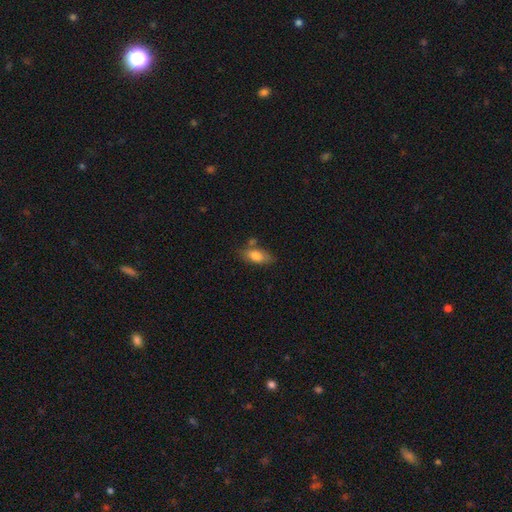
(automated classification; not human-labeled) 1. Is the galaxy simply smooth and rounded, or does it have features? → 79% smooth, 14% featured or disk, 7% star or artifact.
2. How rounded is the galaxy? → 83% in between, 13% cigar-shaped, 4% round.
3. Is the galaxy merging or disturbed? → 63% none, 21% minor disturbance, 11% merger, 5% major disturbance.